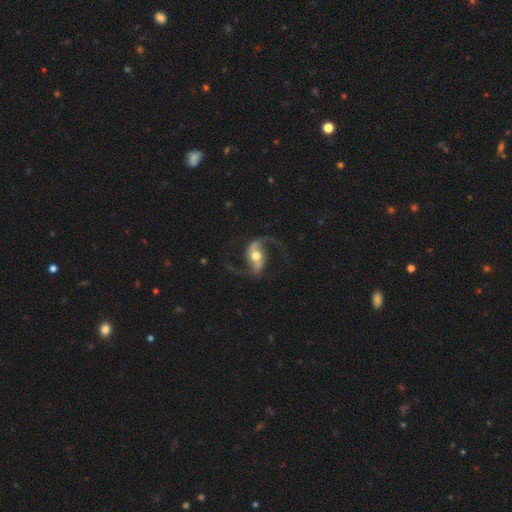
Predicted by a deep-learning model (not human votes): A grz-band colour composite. It shows a featured or disk galaxy (90%) with a strong bar (40%), 2 (94%) loose (65%) spiral arms (97%) and a moderate central bulge (72%). Merging: none (75%).